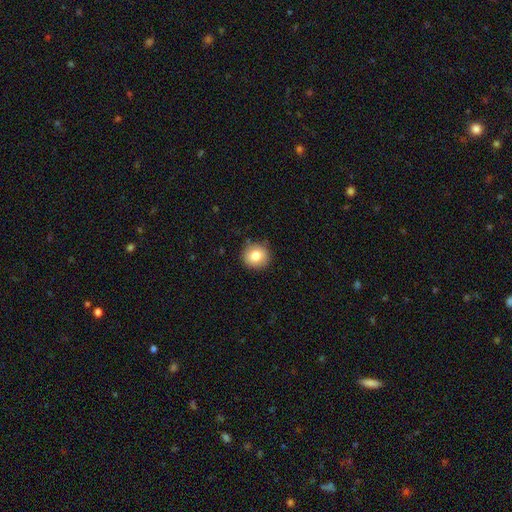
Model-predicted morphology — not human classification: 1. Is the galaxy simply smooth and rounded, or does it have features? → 82% smooth, 9% star or artifact, 9% featured or disk.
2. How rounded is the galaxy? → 90% round, 9% in between, 1% cigar-shaped.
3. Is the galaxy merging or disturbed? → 89% none, 8% minor disturbance, 2% major disturbance, 1% merger.